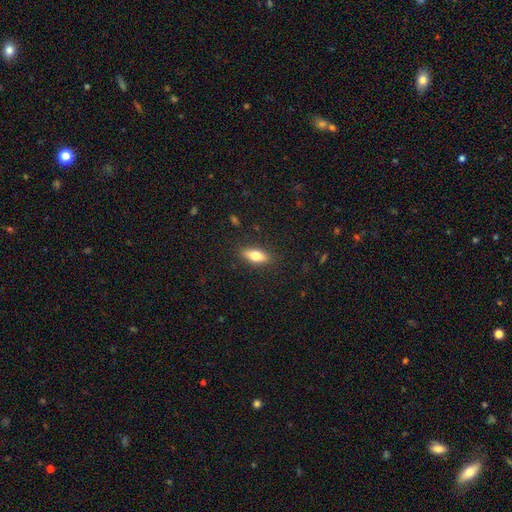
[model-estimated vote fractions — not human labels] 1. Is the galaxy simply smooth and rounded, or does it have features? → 75% smooth, 18% featured or disk, 7% star or artifact.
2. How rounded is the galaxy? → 75% in between, 22% cigar-shaped, 3% round.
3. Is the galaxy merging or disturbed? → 87% none, 10% minor disturbance, 2% major disturbance, 1% merger.